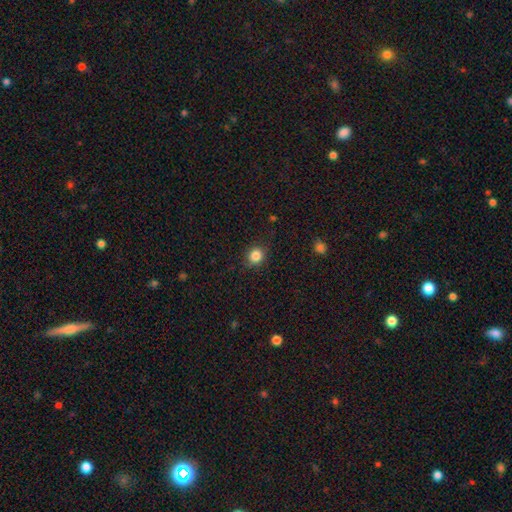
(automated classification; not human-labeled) Smooth or featured: smooth — 85% (star or artifact — 11%)
How rounded: round — 86% (in between — 14%)
Merging: none — 87% (minor disturbance — 9%)